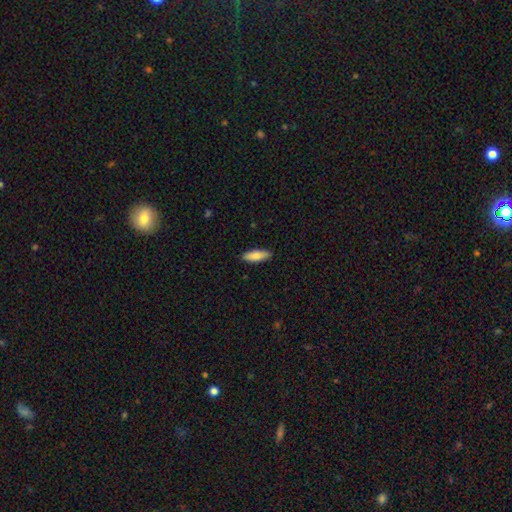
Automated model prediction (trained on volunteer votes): smooth_or_featured: smooth (p=0.86) [alt: featured or disk p=0.09]
how_rounded: in between (p=0.58) [alt: cigar-shaped p=0.40]
merging: none (p=0.89) [alt: minor disturbance p=0.09]